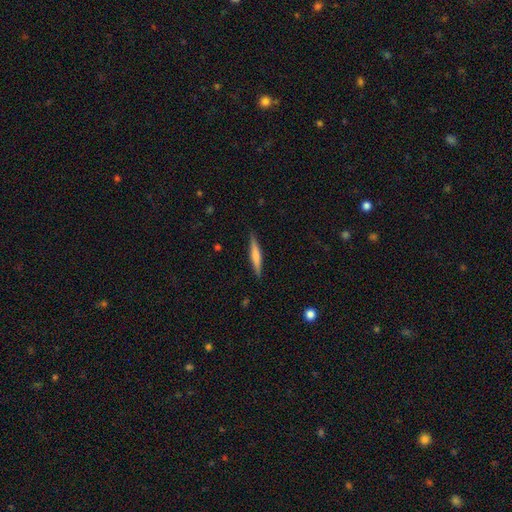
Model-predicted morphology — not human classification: Q: Smooth or featured?
A: smooth (55%); runner-up: featured or disk (39%)
Q: How rounded?
A: cigar-shaped (92%); runner-up: in between (6%)
Q: Merging?
A: none (89%); runner-up: minor disturbance (8%)